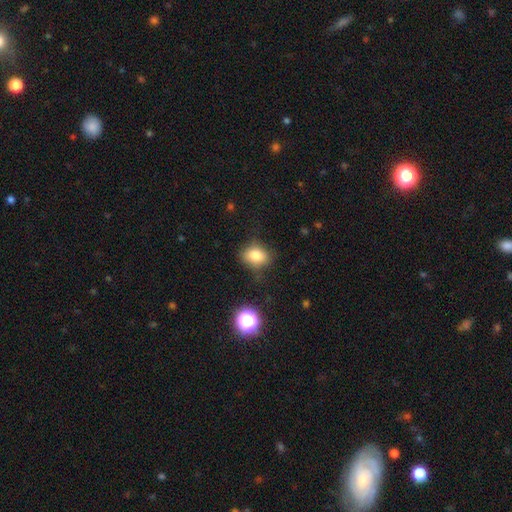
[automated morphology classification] Smooth or featured?
  - smooth: 80% *
  - star or artifact: 12%
  - featured or disk: 8%
How rounded?
  - in between: 58% *
  - round: 41%
  - cigar-shaped: 1%
Merging?
  - none: 75% *
  - minor disturbance: 18%
  - major disturbance: 5%
  - merger: 2%